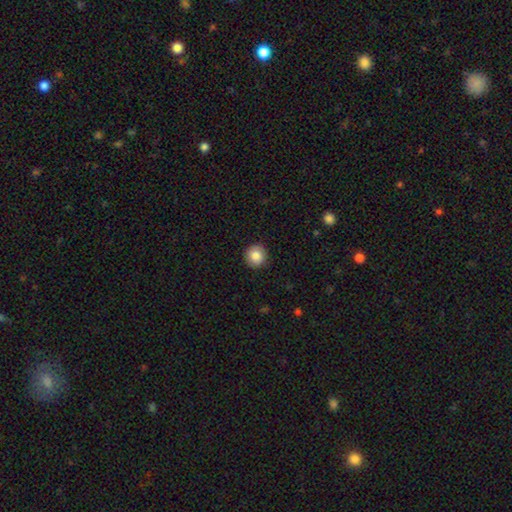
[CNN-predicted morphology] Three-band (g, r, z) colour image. It shows a smooth galaxy with no disk features (85%) that is round (93%). Merging: none (90%).